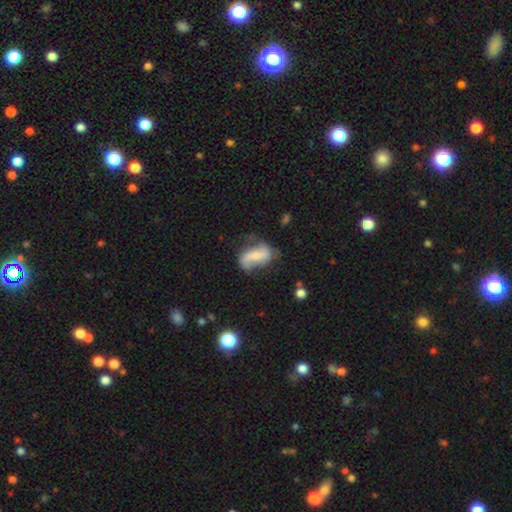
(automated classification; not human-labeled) Smooth or featured? Predicted: featured or disk (p=0.60). Edge-on disk? Predicted: no (p=0.94). Bar? Predicted: weak (p=0.35). Spiral arms? Predicted: yes (p=0.79). Bulge size? Predicted: small (p=0.48). Merging? Predicted: none (p=0.50).